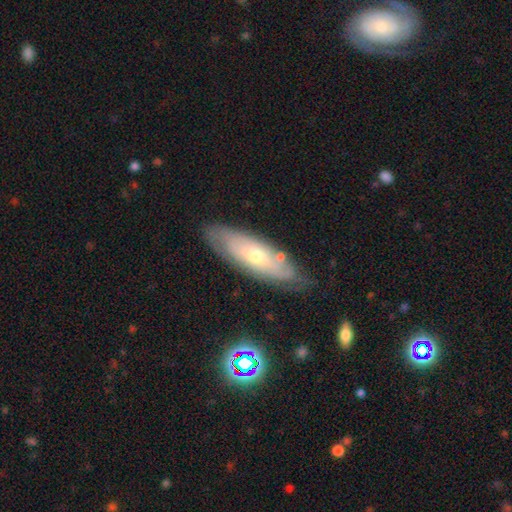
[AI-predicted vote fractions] Smooth or featured?
  - featured or disk: 58% *
  - smooth: 35%
  - star or artifact: 7%
Edge-on disk?
  - no: 70% *
  - yes: 30%
Merging?
  - none: 77% *
  - minor disturbance: 17%
  - major disturbance: 4%
  - merger: 3%